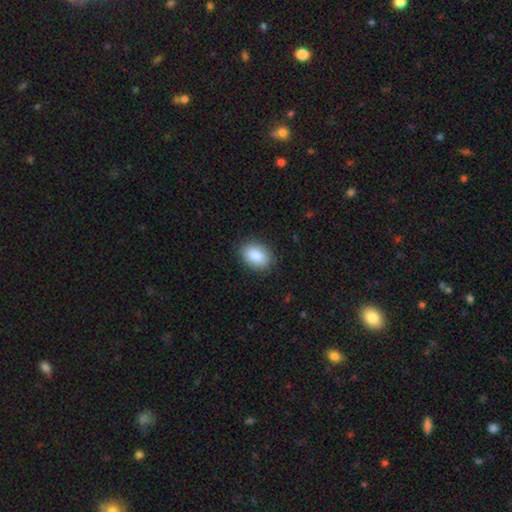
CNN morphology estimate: A smooth galaxy with no disk features (89%) that is in between round and cigar-shaped (87%).

Vote fractions:
- Smooth or featured? smooth: 89% / star or artifact: 7% / featured or disk: 5%
- How rounded? in between: 87% / round: 11% / cigar-shaped: 1%
- Merging? none: 87% / minor disturbance: 9% / major disturbance: 2% / merger: 1%